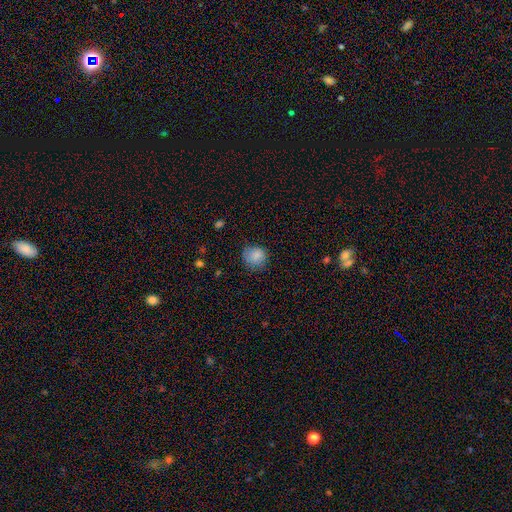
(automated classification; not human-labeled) A smooth galaxy with no disk features (85%) that is round (84%).

Vote fractions:
- Smooth or featured? smooth: 85% / star or artifact: 9% / featured or disk: 7%
- How rounded? round: 84% / in between: 15% / cigar-shaped: 1%
- Merging? none: 70% / minor disturbance: 23% / major disturbance: 6% / merger: 1%